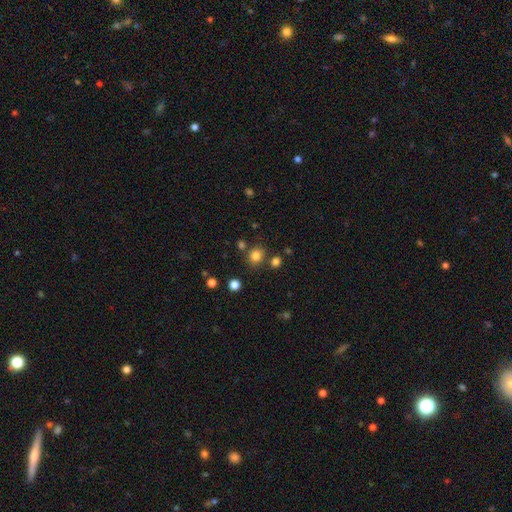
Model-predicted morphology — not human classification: A smooth galaxy with no disk features (81%) that is round (72%).

Vote fractions:
- Smooth or featured? smooth: 81% / star or artifact: 14% / featured or disk: 5%
- How rounded? round: 72% / in between: 27% / cigar-shaped: 1%
- Merging? none: 78% / minor disturbance: 10% / merger: 8% / major disturbance: 4%